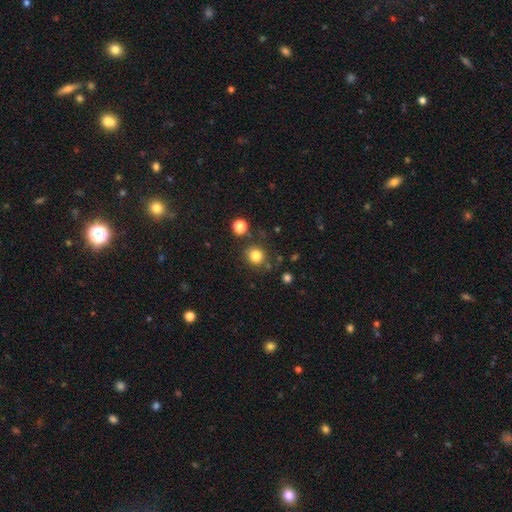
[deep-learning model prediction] Smooth or featured?
  - smooth: 82% *
  - star or artifact: 13%
  - featured or disk: 6%
How rounded?
  - round: 90% *
  - in between: 9%
  - cigar-shaped: 1%
Merging?
  - none: 80% *
  - minor disturbance: 10%
  - merger: 6%
  - major disturbance: 4%